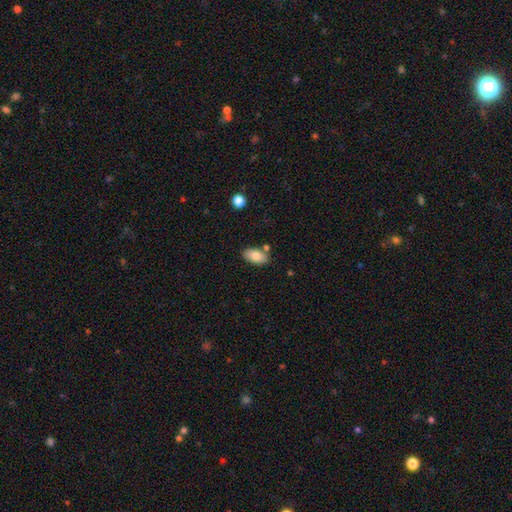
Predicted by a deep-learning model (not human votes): Smooth or featured: smooth — 80% (featured or disk — 13%)
How rounded: in between — 94% (round — 4%)
Merging: none — 78% (minor disturbance — 12%)